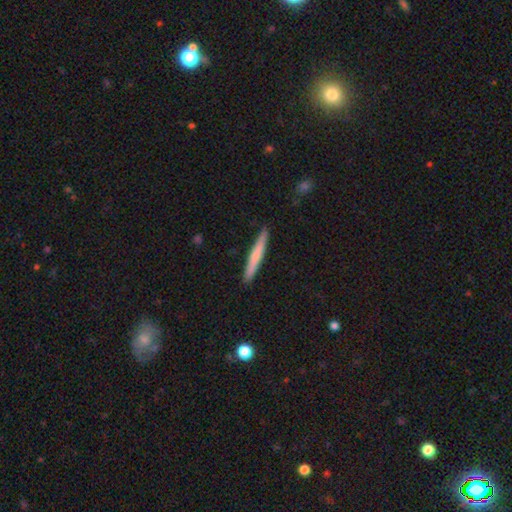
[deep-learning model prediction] The model was most divided on "smooth or featured": smooth: 64%, featured or disk: 31%, star or artifact: 5%. More confident: how rounded — cigar-shaped (96%); merging — none (91%).